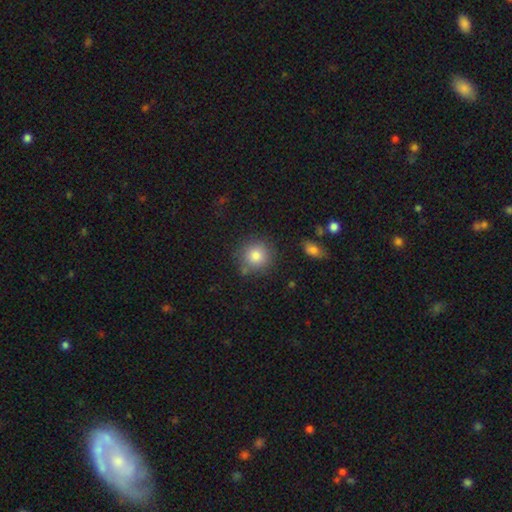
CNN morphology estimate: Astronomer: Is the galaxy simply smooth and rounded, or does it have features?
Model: smooth — 84%.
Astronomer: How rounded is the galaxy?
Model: round — 91%.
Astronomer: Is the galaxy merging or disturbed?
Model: none — 80%.